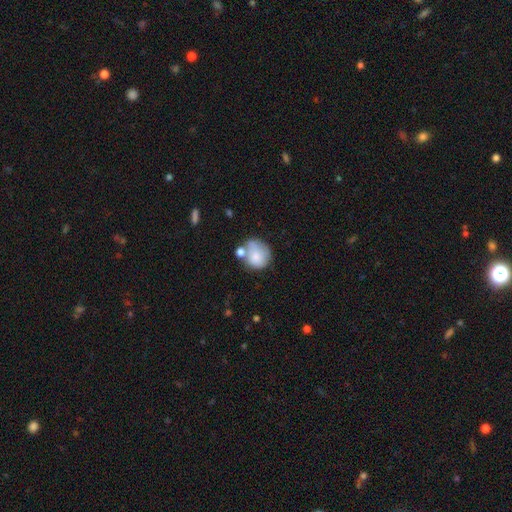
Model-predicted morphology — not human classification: smooth 75%, featured or disk 17%, star or artifact 8%. Down the decision tree: how rounded — round (75%); merging — none (41%).